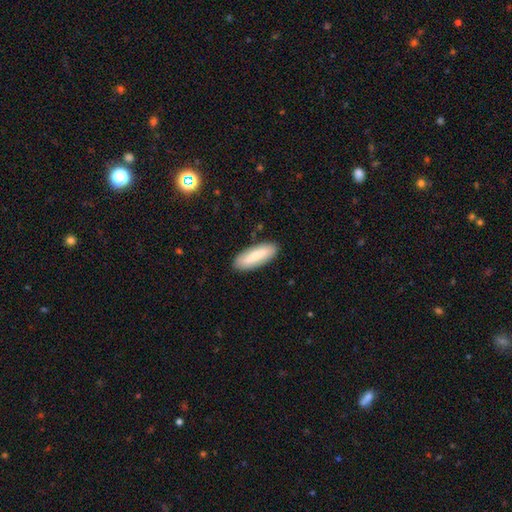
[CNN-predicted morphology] Q: Smooth or featured?
A: smooth (75%); runner-up: featured or disk (20%)
Q: How rounded?
A: in between (64%); runner-up: cigar-shaped (34%)
Q: Merging?
A: none (87%); runner-up: minor disturbance (10%)